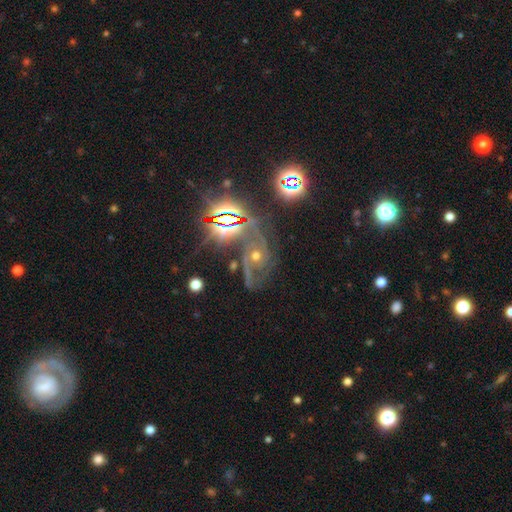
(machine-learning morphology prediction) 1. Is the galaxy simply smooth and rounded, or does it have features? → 65% featured or disk, 24% star or artifact, 11% smooth.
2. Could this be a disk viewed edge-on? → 96% no, 4% yes.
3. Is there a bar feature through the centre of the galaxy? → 74% no, 20% weak, 7% strong.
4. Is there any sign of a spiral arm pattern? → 91% yes, 9% no.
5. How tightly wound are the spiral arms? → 48% medium, 30% loose, 22% tight.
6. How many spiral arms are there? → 61% 2, 13% 3, 12% can't tell, 6% 1, 4% 4, 3% more than 4.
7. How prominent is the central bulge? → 70% moderate, 17% small, 9% large, 2% none, 2% dominant.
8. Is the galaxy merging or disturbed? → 50% none, 23% major disturbance, 20% minor disturbance, 7% merger.